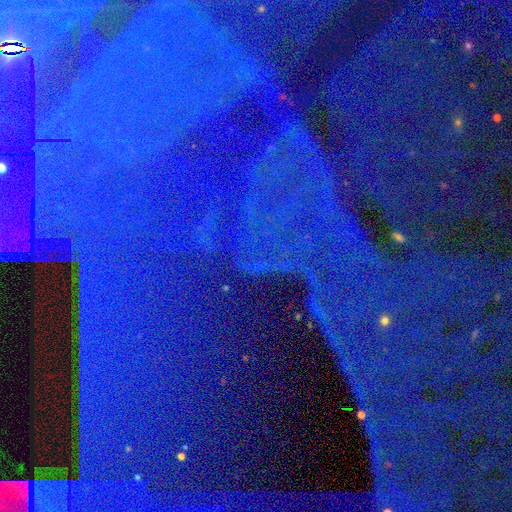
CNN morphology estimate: Smooth or featured?
  - star or artifact: 87% *
  - featured or disk: 7%
  - smooth: 6%